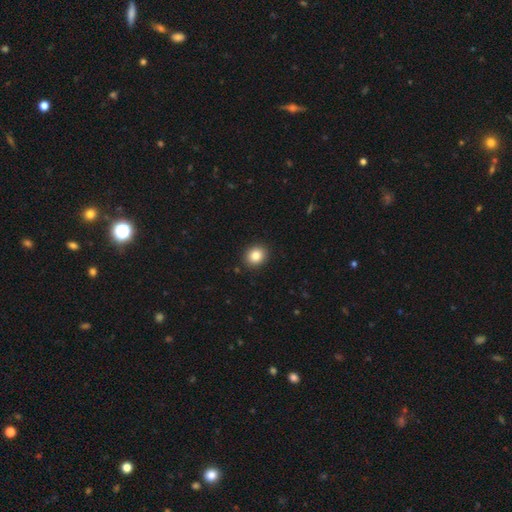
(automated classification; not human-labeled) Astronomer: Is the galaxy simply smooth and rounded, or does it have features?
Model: smooth — 84%.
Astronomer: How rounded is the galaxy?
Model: round — 72%.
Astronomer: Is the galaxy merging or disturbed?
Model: none — 91%.